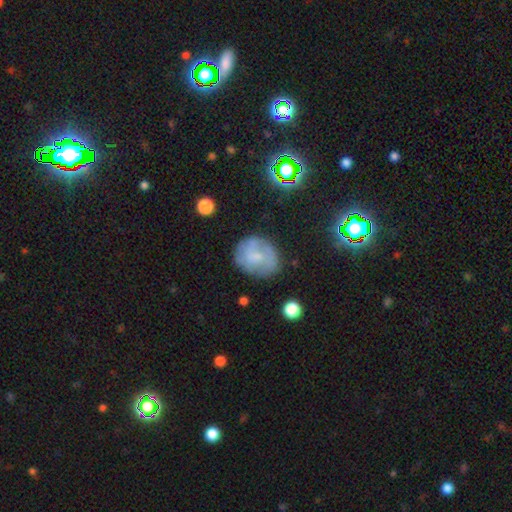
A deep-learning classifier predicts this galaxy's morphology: smooth_or_featured: smooth (p=0.50) [alt: featured or disk p=0.38]
how_rounded: round (p=0.67) [alt: in between p=0.32]
merging: none (p=0.68) [alt: minor disturbance p=0.21]